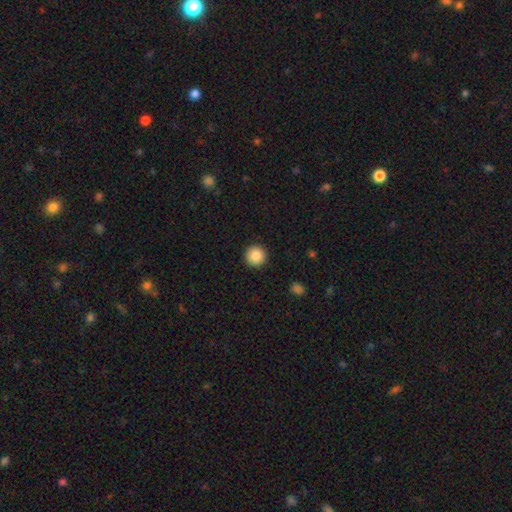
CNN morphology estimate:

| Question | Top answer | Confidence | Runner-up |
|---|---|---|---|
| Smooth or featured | smooth | 86% | star or artifact (9%) |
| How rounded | round | 96% | in between (3%) |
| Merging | none | 93% | minor disturbance (4%) |